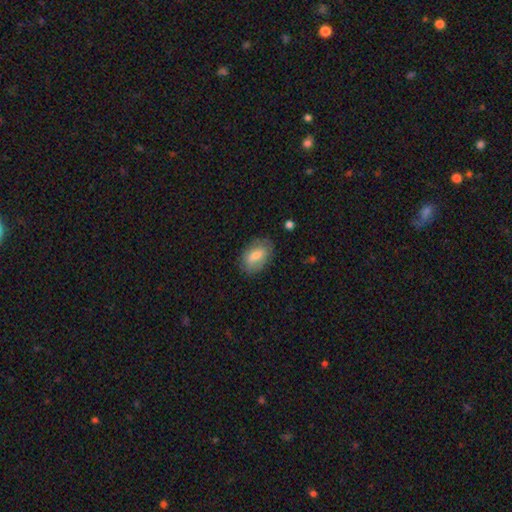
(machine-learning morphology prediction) A smooth galaxy with no disk features (75%) that is in between round and cigar-shaped (89%).

Vote fractions:
- Smooth or featured? smooth: 75% / featured or disk: 18% / star or artifact: 7%
- How rounded? in between: 89% / round: 9% / cigar-shaped: 2%
- Merging? none: 77% / minor disturbance: 17% / major disturbance: 5% / merger: 1%